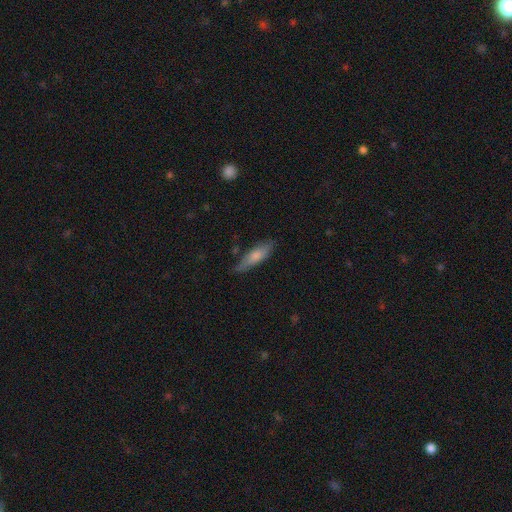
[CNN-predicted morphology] Smooth or featured: smooth — 72% (featured or disk — 22%)
How rounded: cigar-shaped — 59% (in between — 39%)
Merging: none — 74% (minor disturbance — 20%)